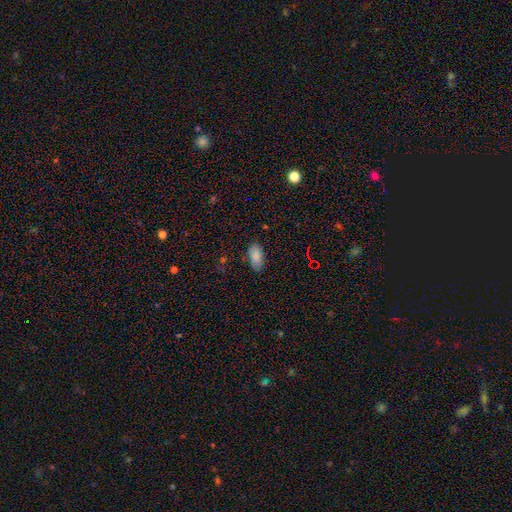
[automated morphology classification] This appears to be a smooth galaxy with no disk features (86%) that is in between round and cigar-shaped (94%). Merging: none (80%).